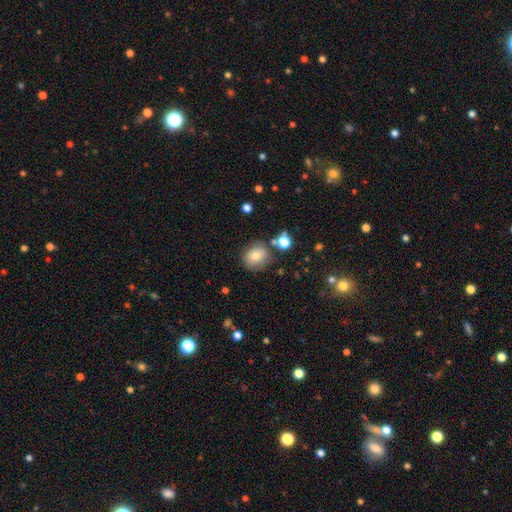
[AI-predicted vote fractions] Smooth or featured?
  - smooth: 73% *
  - featured or disk: 15%
  - star or artifact: 11%
How rounded?
  - round: 83% *
  - in between: 16%
  - cigar-shaped: 1%
Merging?
  - none: 74% *
  - minor disturbance: 14%
  - merger: 8%
  - major disturbance: 4%